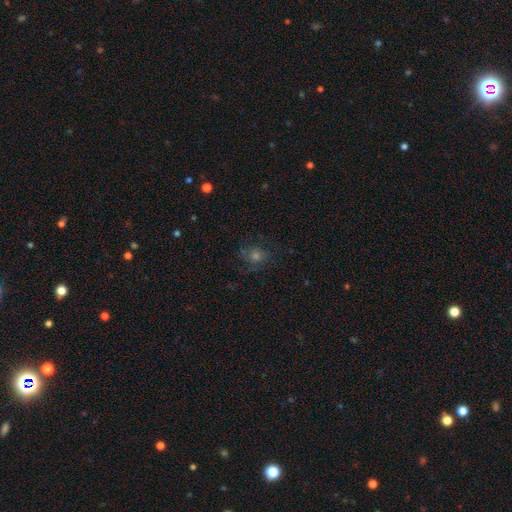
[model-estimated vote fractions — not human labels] Smooth or featured: featured or disk — 38% (smooth — 32%)
Merging: none — 71% (minor disturbance — 16%)